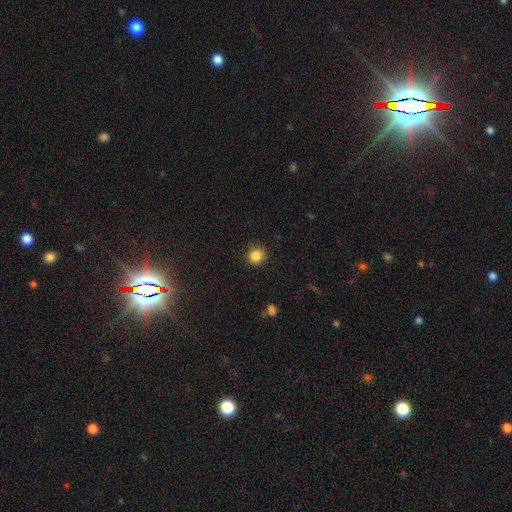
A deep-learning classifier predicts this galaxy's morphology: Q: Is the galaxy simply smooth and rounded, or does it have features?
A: smooth — 84%.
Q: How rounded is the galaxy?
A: round — 85%.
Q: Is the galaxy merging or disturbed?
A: none — 87%.